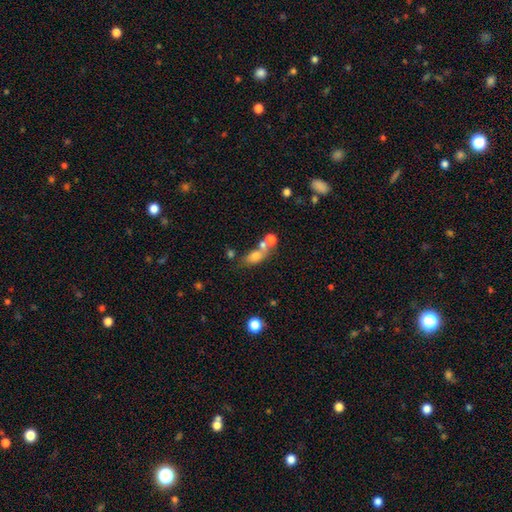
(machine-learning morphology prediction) Smooth or featured? smooth (69%)
How rounded? in between (73%)
Merging? none (42%)